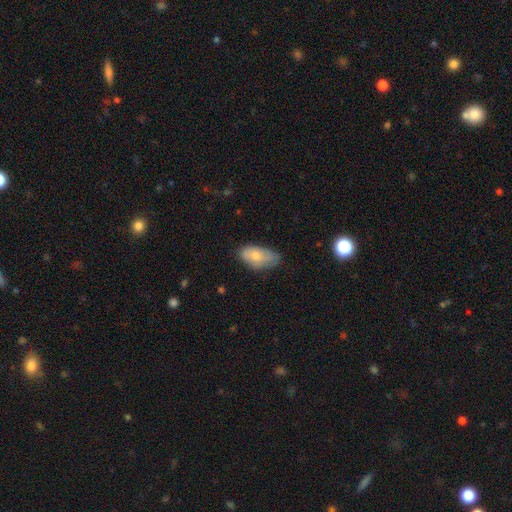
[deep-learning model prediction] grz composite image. It shows a smooth galaxy with no disk features (69%) that is in between round and cigar-shaped (92%). Merging: none (53%).